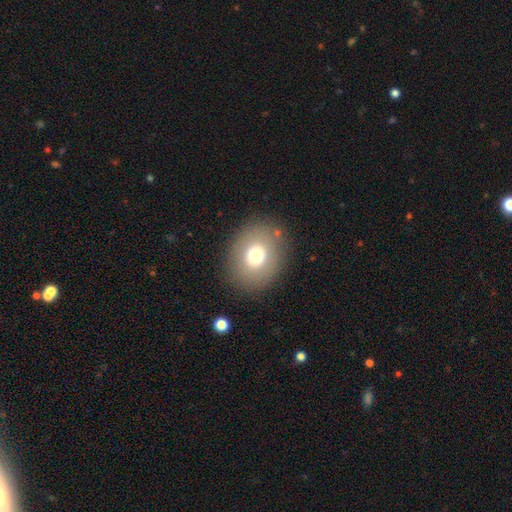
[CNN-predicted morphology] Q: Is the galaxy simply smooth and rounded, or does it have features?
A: smooth — 73%.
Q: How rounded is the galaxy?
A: round — 52%.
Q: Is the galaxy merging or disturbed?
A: none — 85%.